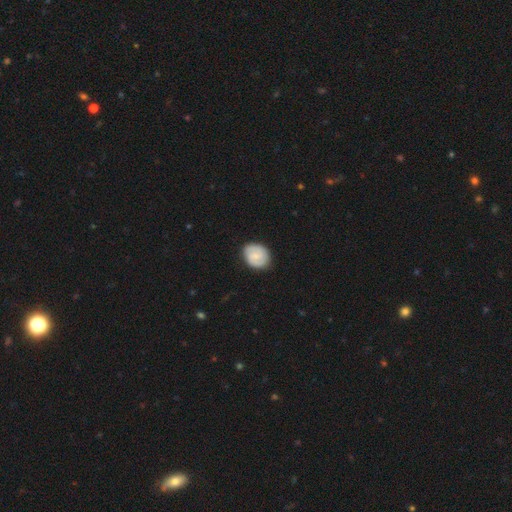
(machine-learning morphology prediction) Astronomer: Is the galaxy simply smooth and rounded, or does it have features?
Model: smooth — 57% (runner-up: featured or disk, 37%).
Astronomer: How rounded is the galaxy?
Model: round — 56% (runner-up: in between, 43%).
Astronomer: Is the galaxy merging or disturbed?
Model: none — 84%.